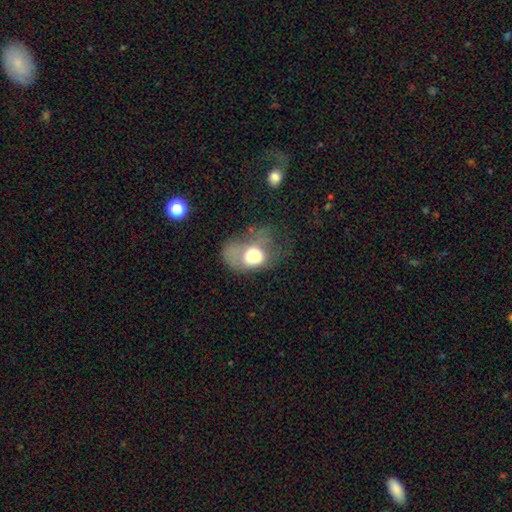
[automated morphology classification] Overall: smooth (61%; featured or disk 29%). How rounded: in between (68%; round 31%). Merging: major disturbance (55%; minor disturbance 20%).